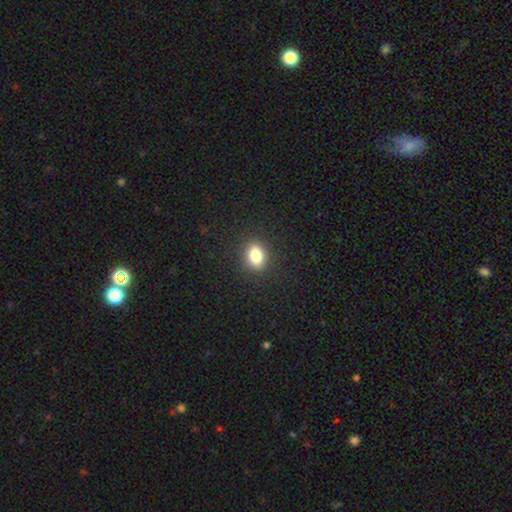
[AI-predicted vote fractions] Morphology: type=smooth (83%); roundness=in between (70%); merging=none (88%).